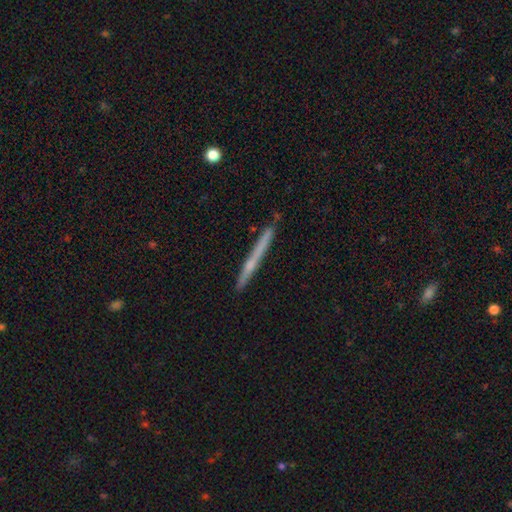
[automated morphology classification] type=featured or disk (54%); edge-on=yes (97%); edge-on bulge=none (64%); merging=none (89%).